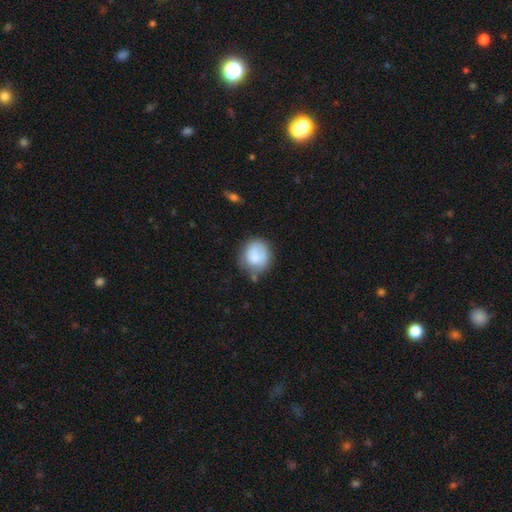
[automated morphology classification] A smooth galaxy with no disk features (77%) that is round (79%). Merging: none (56%).